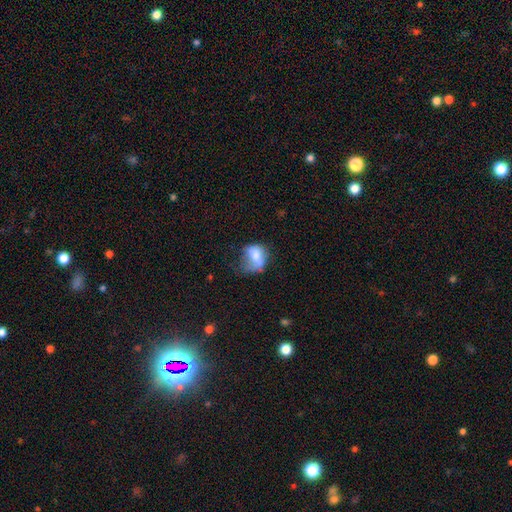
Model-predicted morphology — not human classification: Smooth or featured?
  - smooth: 67% *
  - featured or disk: 23%
  - star or artifact: 10%
How rounded?
  - in between: 61% *
  - round: 37%
  - cigar-shaped: 1%
Merging?
  - major disturbance: 40% *
  - minor disturbance: 30%
  - none: 23%
  - merger: 7%